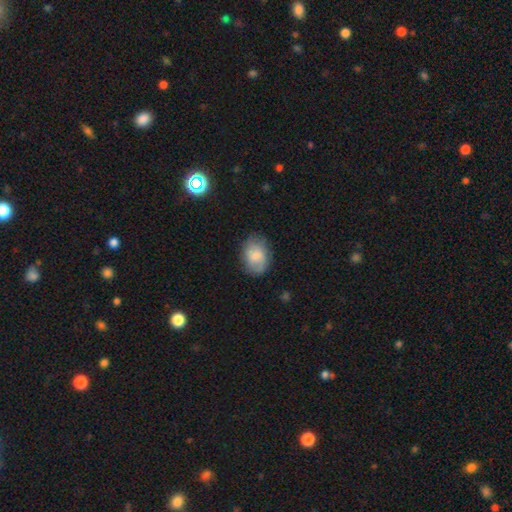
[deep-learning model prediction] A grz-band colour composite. It shows a smooth galaxy with no disk features (68%) that is in between round and cigar-shaped (73%). Merging: none (73%).